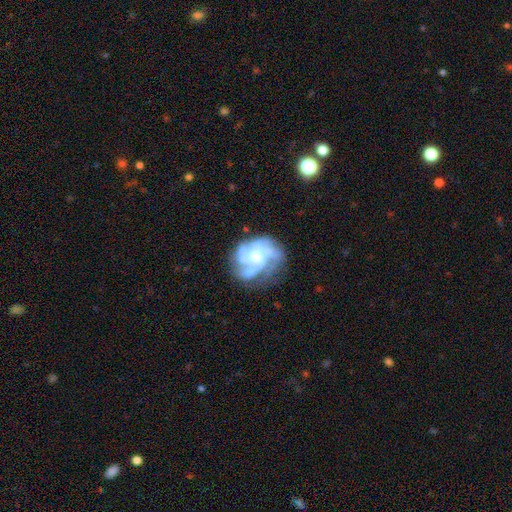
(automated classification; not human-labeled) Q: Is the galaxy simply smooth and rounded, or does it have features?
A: featured or disk — 83%.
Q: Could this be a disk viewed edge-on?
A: no — 98%.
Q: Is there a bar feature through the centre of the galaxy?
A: no — 69%.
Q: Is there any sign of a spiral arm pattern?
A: yes — 89%.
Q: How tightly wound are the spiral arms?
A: tight — 47%.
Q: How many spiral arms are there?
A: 3 — 32%.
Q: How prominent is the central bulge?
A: moderate — 62%.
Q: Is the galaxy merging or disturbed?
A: none — 55%.